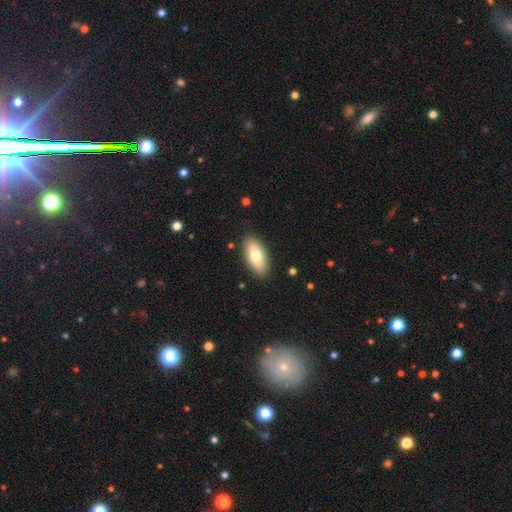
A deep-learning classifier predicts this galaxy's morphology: smooth 73%, featured or disk 21%, star or artifact 6%. Down the decision tree: how rounded — in between (88%); merging — none (88%).